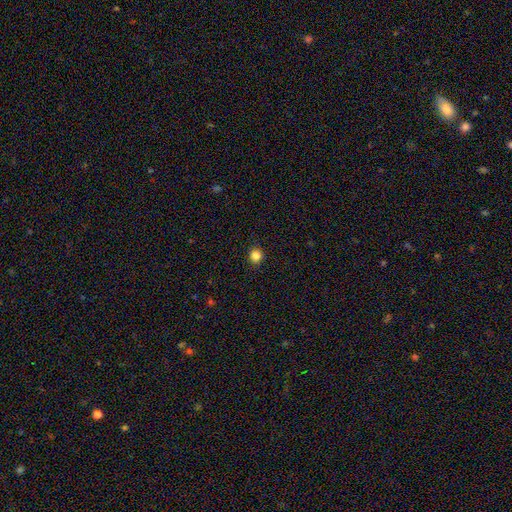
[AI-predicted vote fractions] The model was most divided on "smooth or featured": smooth: 84%, star or artifact: 12%, featured or disk: 4%. More confident: merging — none (92%); how rounded — round (92%).